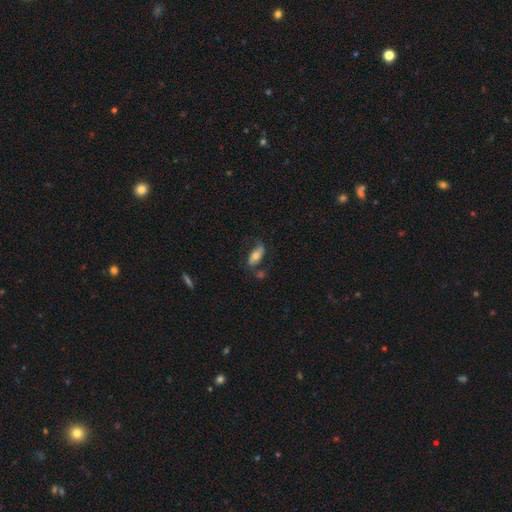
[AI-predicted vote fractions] This appears to be a smooth galaxy with no disk features (56%) that is in between round and cigar-shaped (81%). Merging: none (59%).